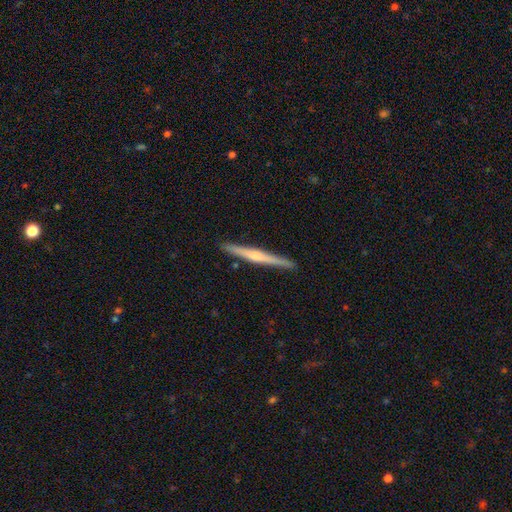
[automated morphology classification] Overall: featured or disk (63%; smooth 32%). Edge-on disk: yes (98%). Edge-on bulge: rounded (64%; none 27%). Merging: none (92%).